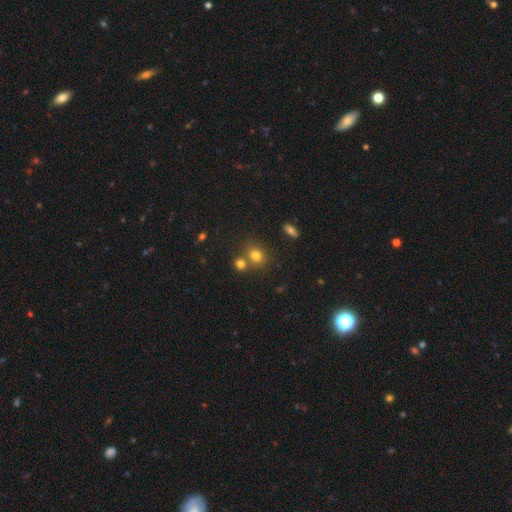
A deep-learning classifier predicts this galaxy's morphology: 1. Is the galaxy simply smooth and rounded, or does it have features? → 76% smooth, 15% star or artifact, 9% featured or disk.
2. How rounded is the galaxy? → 72% round, 27% in between, 1% cigar-shaped.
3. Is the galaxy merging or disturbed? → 60% none, 26% merger, 10% minor disturbance, 3% major disturbance.